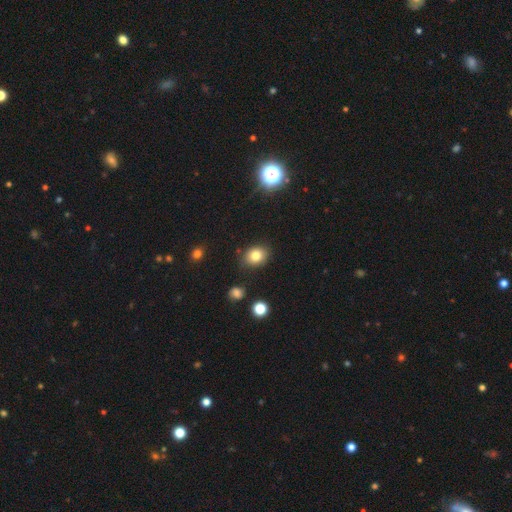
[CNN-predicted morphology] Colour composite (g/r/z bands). It shows a smooth galaxy with no disk features (80%) that is round (50%). Merging: none (82%).